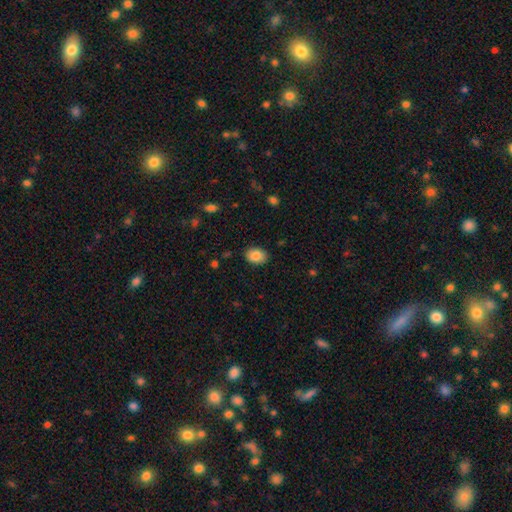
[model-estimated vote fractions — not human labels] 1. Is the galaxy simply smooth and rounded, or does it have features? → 86% smooth, 8% star or artifact, 6% featured or disk.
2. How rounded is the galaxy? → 69% in between, 31% round, 1% cigar-shaped.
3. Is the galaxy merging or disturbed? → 88% none, 9% minor disturbance, 2% major disturbance, 1% merger.